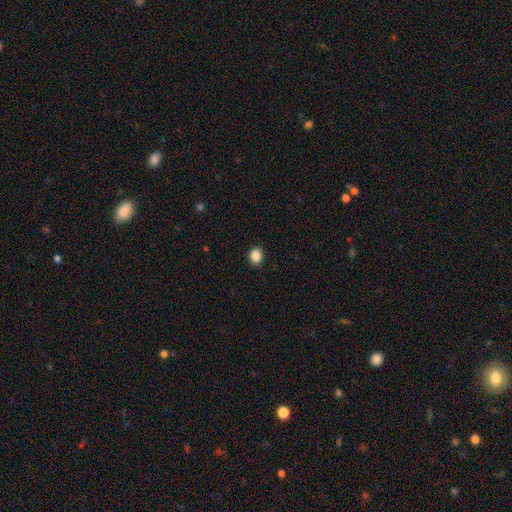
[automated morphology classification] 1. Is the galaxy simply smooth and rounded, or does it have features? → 87% smooth, 10% star or artifact, 3% featured or disk.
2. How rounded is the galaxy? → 64% round, 35% in between, 1% cigar-shaped.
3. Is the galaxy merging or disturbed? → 89% none, 8% minor disturbance, 2% major disturbance, 1% merger.